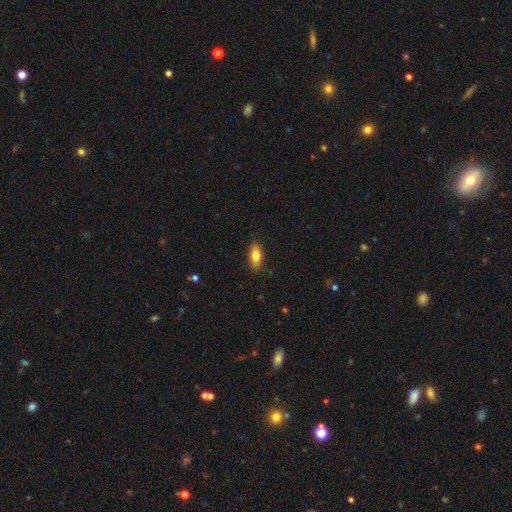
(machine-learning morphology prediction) type=smooth (80%); roundness=in between (80%); merging=none (87%).